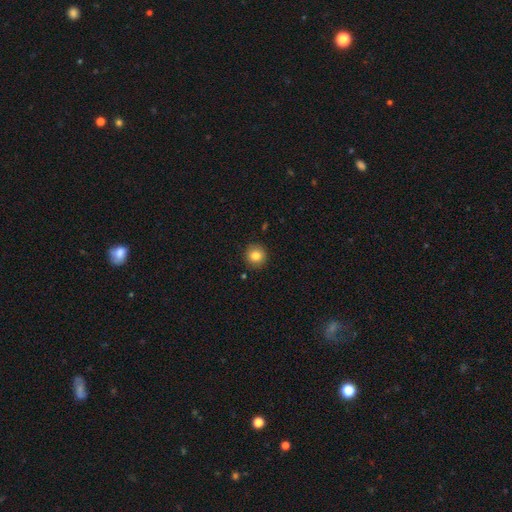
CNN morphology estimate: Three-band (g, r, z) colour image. It shows a smooth galaxy with no disk features (83%) that is round (93%). Merging: none (90%).